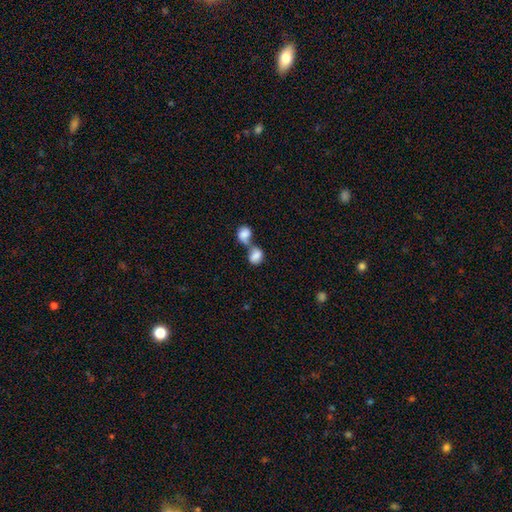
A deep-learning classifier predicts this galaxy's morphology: Smooth or featured? smooth (83%)
How rounded? in between (59%)
Merging? merger (75%)